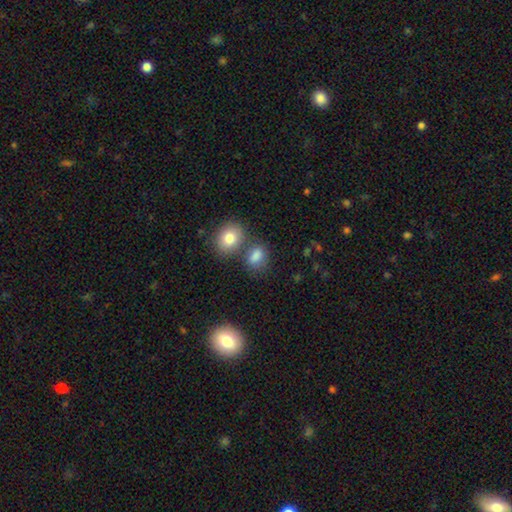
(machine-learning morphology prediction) Overall: smooth (80%). How rounded: in between (63%; round 35%). Merging: none (61%).